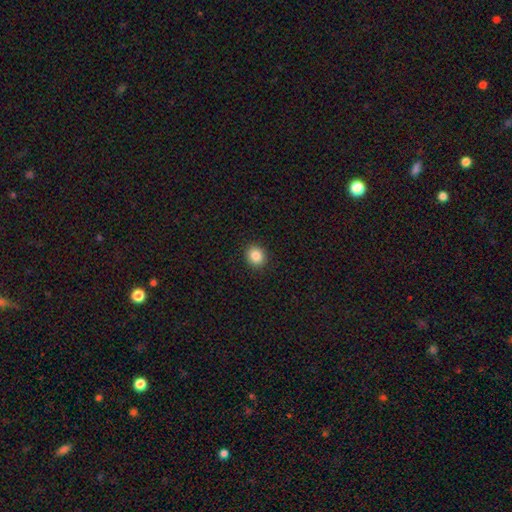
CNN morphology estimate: Smooth or featured: smooth — 86% (star or artifact — 10%)
How rounded: round — 75% (in between — 24%)
Merging: none — 91% (minor disturbance — 6%)